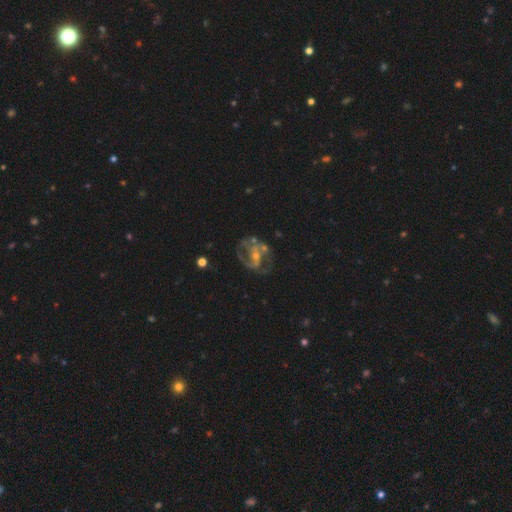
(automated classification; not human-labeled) A featured or disk galaxy (84%) with a weak bar (41%), 2 (74%) medium (53%) spiral arms (87%) and a small central bulge (57%).

Vote fractions:
- Smooth or featured? featured or disk: 84% / smooth: 9% / star or artifact: 7%
- Edge-on disk? no: 97% / yes: 3%
- Bar? weak: 41% / no: 32% / strong: 27%
- Spiral arms? yes: 87% / no: 13%
- Spiral winding? medium: 53% / loose: 26% / tight: 21%
- Spiral arm count? 2: 74% / can't tell: 10% / 3: 7% / 1: 5% / 4: 2% / more than 4: 2%
- Bulge size? small: 57% / moderate: 36% / none: 4% / large: 2% / dominant: 1%
- Merging? none: 51% / major disturbance: 21% / minor disturbance: 20% / merger: 7%